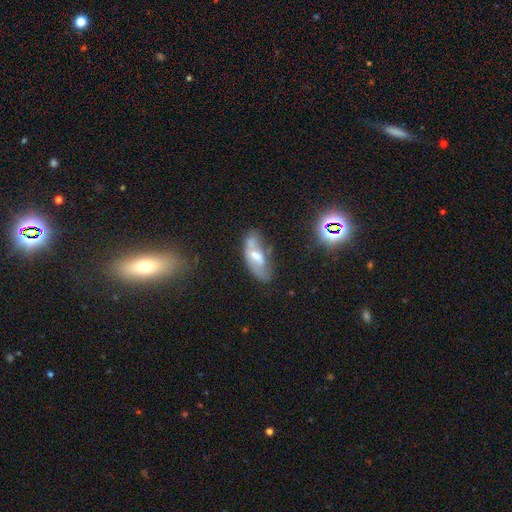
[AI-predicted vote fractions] Smooth or featured? featured or disk (53%)
Edge-on disk? no (83%)
Merging? none (45%)